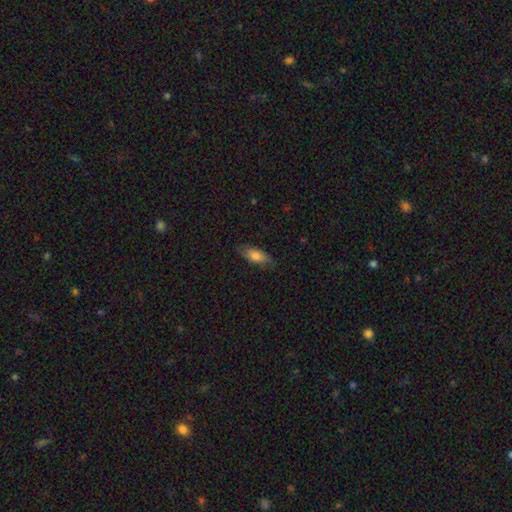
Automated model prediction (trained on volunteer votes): Smooth or featured? Predicted: smooth (p=0.75). How rounded? Predicted: in between (p=0.76). Merging? Predicted: none (p=0.77).